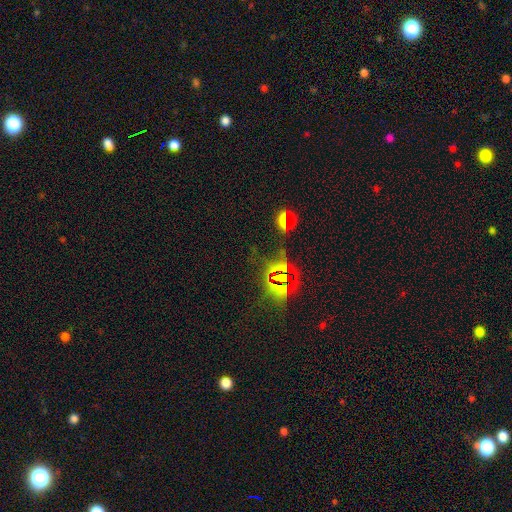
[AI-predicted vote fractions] A star or artifact, not a galaxy (77%).

Vote fractions:
- Smooth or featured? star or artifact: 77% / smooth: 14% / featured or disk: 9%